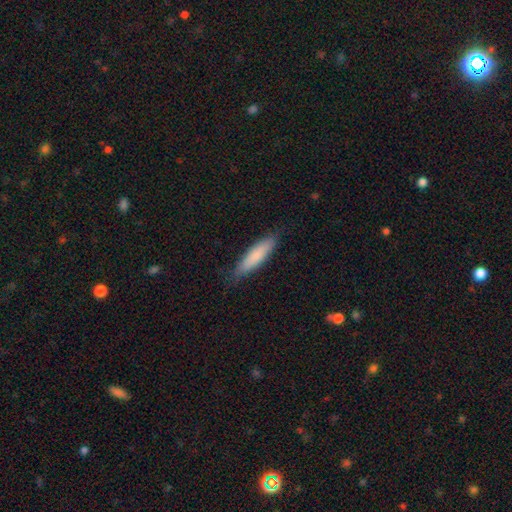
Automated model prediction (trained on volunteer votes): smooth-or-featured: smooth: 82% | featured or disk: 13% | star or artifact: 5%
  how-rounded: cigar-shaped: 77% | in between: 21% | round: 1%
  merging: none: 83% | minor disturbance: 13% | major disturbance: 2% | merger: 1%